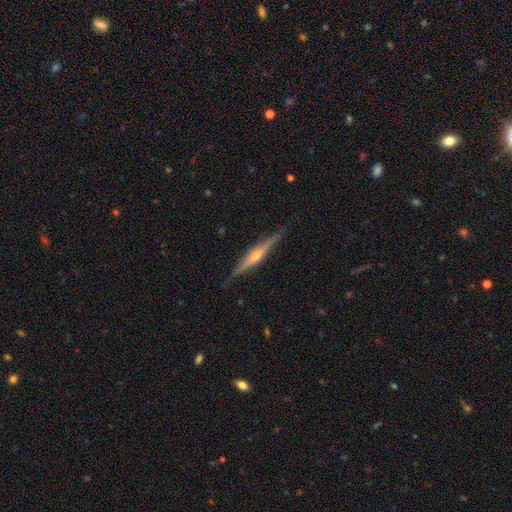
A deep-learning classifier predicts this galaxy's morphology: Smooth or featured? featured or disk (78%)
Edge-on disk? yes (98%)
Edge-on bulge? rounded (80%)
Merging? none (88%)